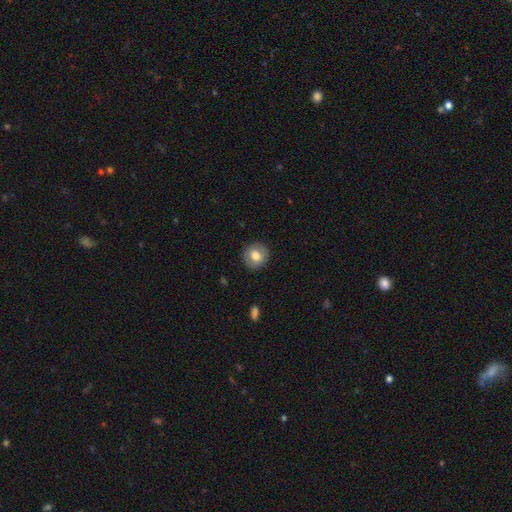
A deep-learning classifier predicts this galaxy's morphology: The model was most divided on "smooth or featured": smooth: 76%, featured or disk: 17%, star or artifact: 8%. More confident: merging — none (88%); how rounded — round (86%).